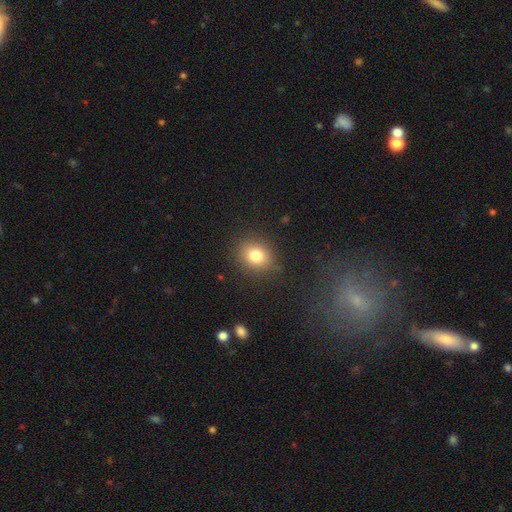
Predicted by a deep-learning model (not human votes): smooth 79%, star or artifact 12%, featured or disk 9%. Down the decision tree: how rounded — round (64%); merging — none (84%).